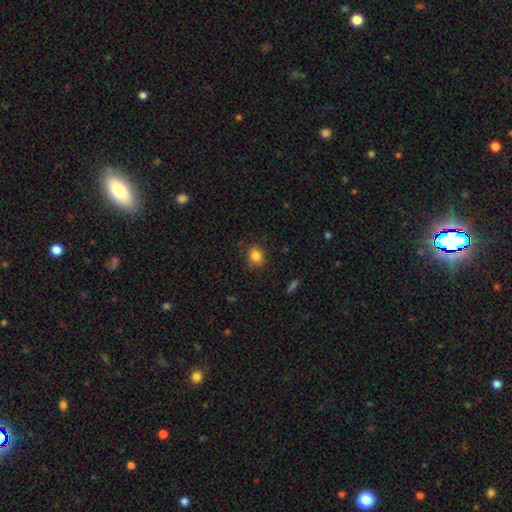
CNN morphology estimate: smooth 85%, star or artifact 10%, featured or disk 5%. Down the decision tree: how rounded — round (75%); merging — none (82%).